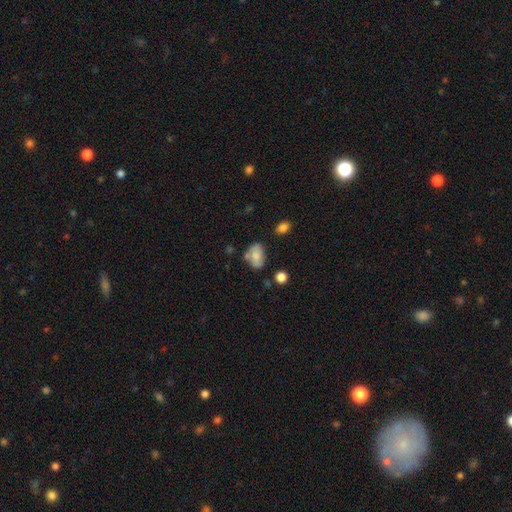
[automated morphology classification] Smooth or featured? Predicted: smooth (p=0.73). How rounded? Predicted: in between (p=0.85). Merging? Predicted: none (p=0.53).